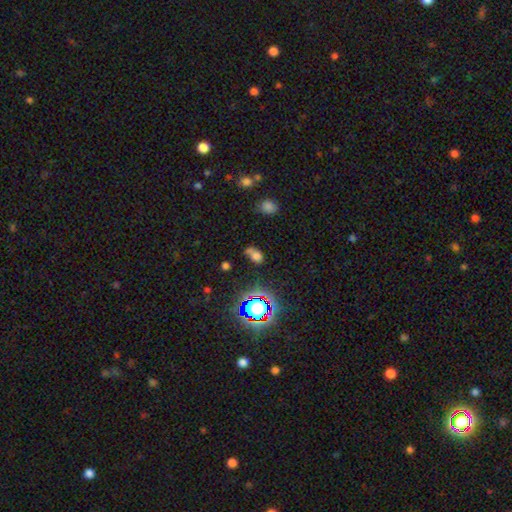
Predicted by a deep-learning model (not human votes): Smooth or featured? smooth (61%)
How rounded? in between (71%)
Merging? none (38%)